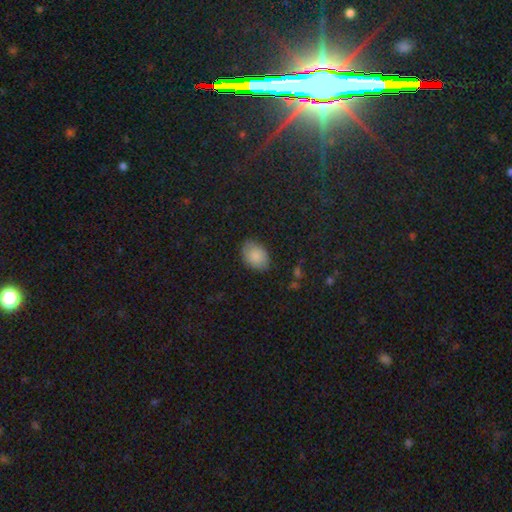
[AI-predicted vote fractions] This is clearly a smooth galaxy (86%). How rounded: clearly in between (84%). Merging: clearly none (82%).